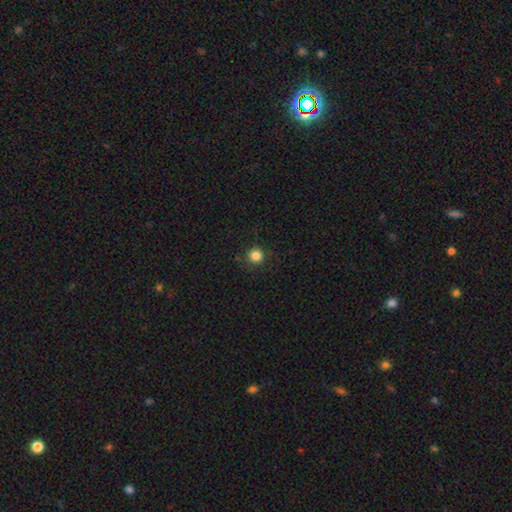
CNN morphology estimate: smooth-or-featured: smooth: 84% | star or artifact: 12% | featured or disk: 4%
  how-rounded: round: 95% | in between: 5% | cigar-shaped: 1%
  merging: none: 88% | minor disturbance: 8% | major disturbance: 2% | merger: 1%